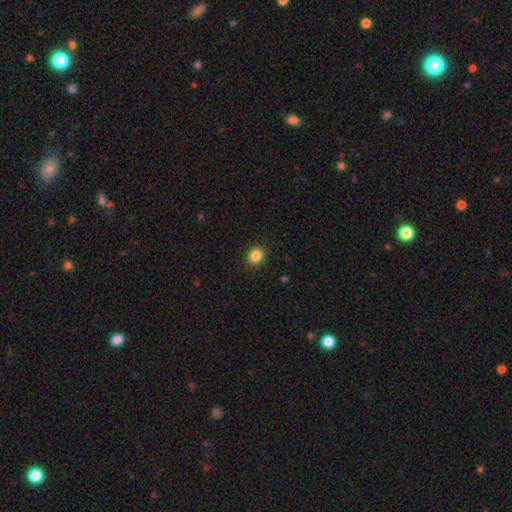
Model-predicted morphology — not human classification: Smooth or featured?
  - smooth: 85% *
  - star or artifact: 11%
  - featured or disk: 4%
How rounded?
  - round: 82% *
  - in between: 17%
  - cigar-shaped: 1%
Merging?
  - none: 91% *
  - minor disturbance: 6%
  - major disturbance: 2%
  - merger: 1%